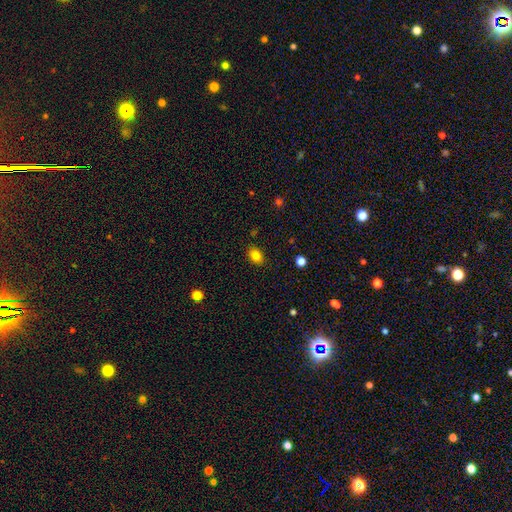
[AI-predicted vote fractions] A smooth galaxy with no disk features (83%) that is in between round and cigar-shaped (75%).

Vote fractions:
- Smooth or featured? smooth: 83% / star or artifact: 10% / featured or disk: 7%
- How rounded? in between: 75% / round: 24% / cigar-shaped: 1%
- Merging? none: 86% / minor disturbance: 10% / major disturbance: 2% / merger: 2%